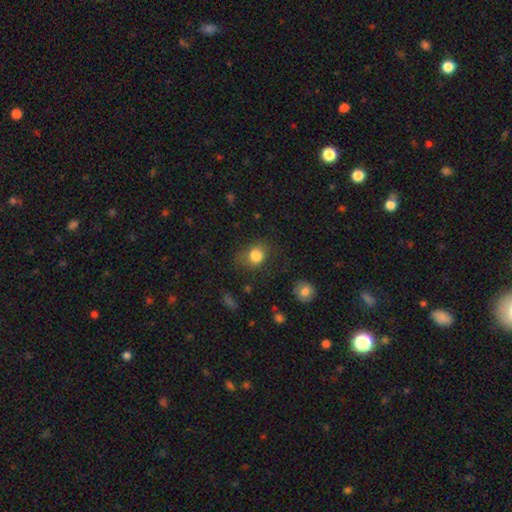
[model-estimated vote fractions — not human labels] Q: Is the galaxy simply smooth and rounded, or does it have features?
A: smooth — 81%.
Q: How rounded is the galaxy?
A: round — 63%.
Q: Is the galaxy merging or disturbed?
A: none — 62%.